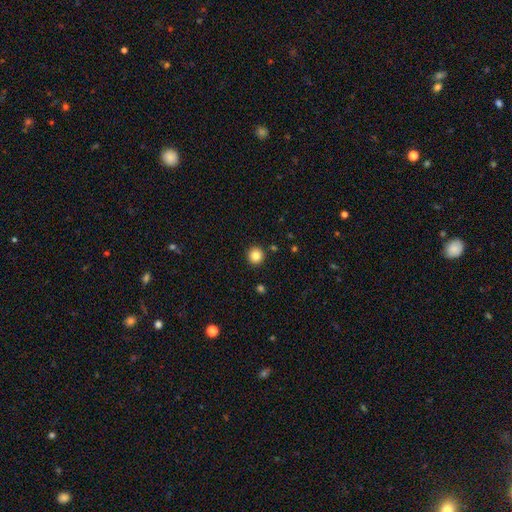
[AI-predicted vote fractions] smooth_or_featured: smooth (p=0.83) [alt: star or artifact p=0.11]
how_rounded: round (p=0.94) [alt: in between p=0.05]
merging: none (p=0.91) [alt: minor disturbance p=0.05]